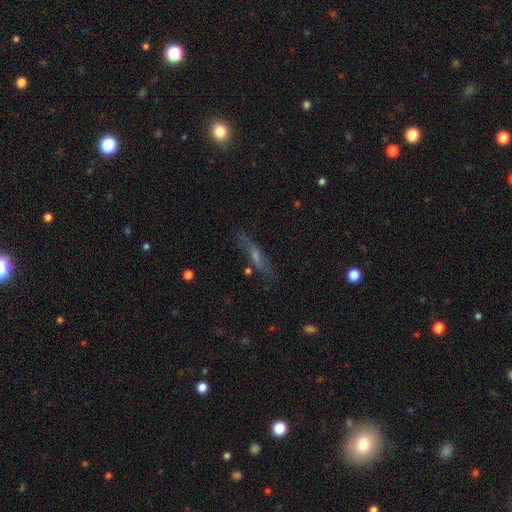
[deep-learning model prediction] Smooth or featured: featured or disk — 50% (smooth — 35%)
Edge-on disk: yes — 69% (no — 31%)
Merging: none — 76% (minor disturbance — 16%)